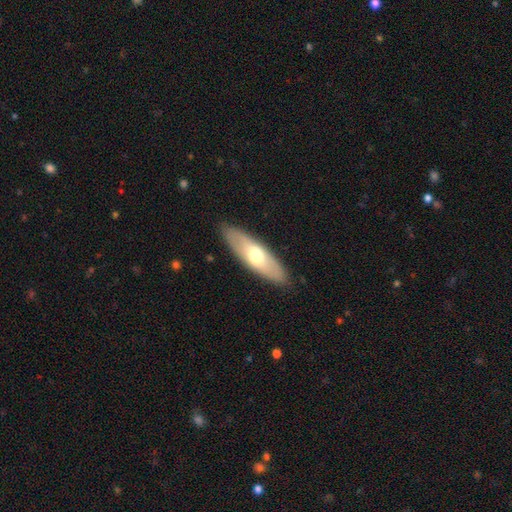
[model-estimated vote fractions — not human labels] Smooth or featured? smooth (55%)
How rounded? in between (55%)
Merging? none (87%)